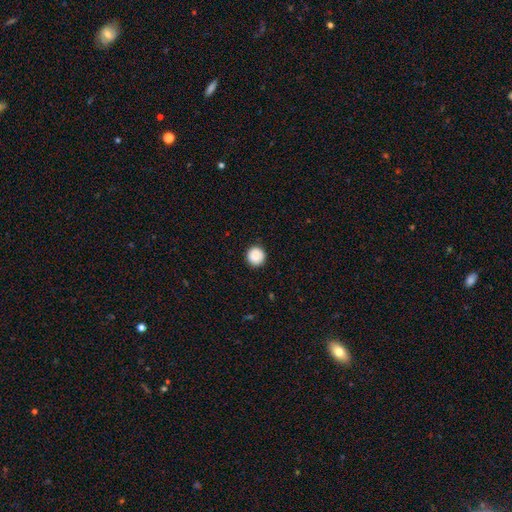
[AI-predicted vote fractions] This appears to be a smooth galaxy with no disk features (89%) that is round (95%). Merging: none (92%).